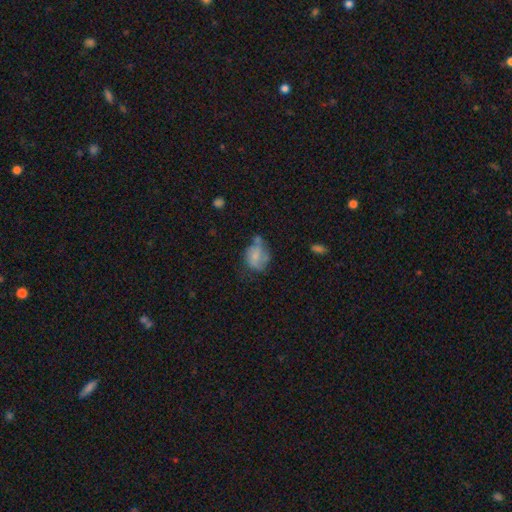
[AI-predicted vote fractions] Smooth or featured? smooth (56%)
How rounded? in between (60%)
Merging? none (34%)